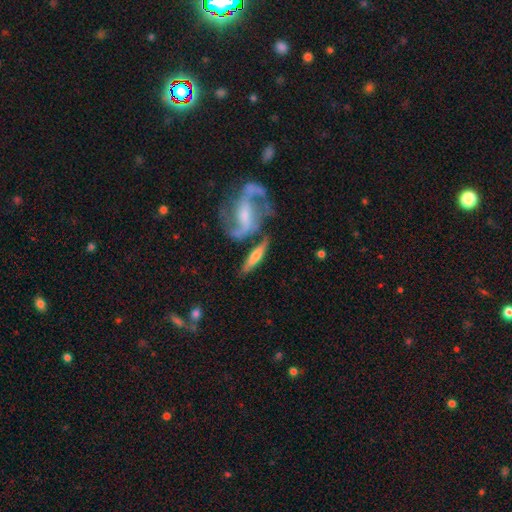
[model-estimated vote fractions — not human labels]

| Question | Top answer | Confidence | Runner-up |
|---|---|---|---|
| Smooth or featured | featured or disk | 54% | smooth (40%) |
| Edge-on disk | yes | 59% | no (41%) |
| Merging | none | 64% | merger (17%) |